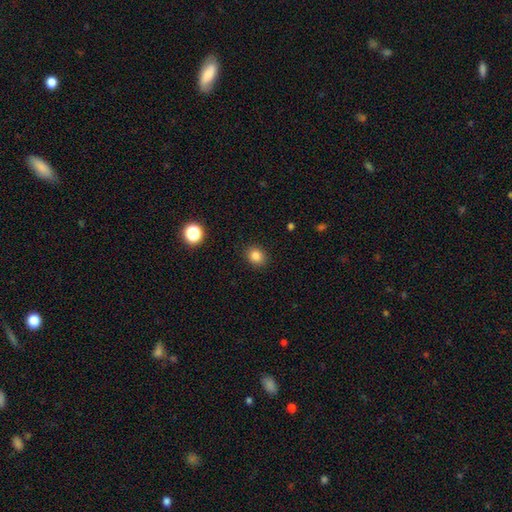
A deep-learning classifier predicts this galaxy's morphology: type=smooth (84%); roundness=round (64%); merging=none (89%).